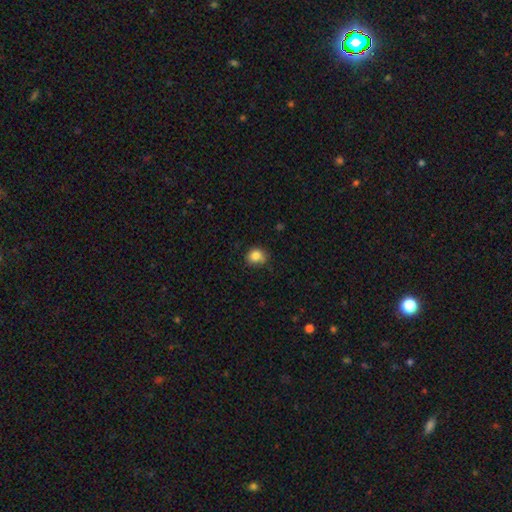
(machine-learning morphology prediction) Smooth or featured: smooth — 84% (star or artifact — 11%)
How rounded: round — 70% (in between — 29%)
Merging: none — 68% (minor disturbance — 25%)